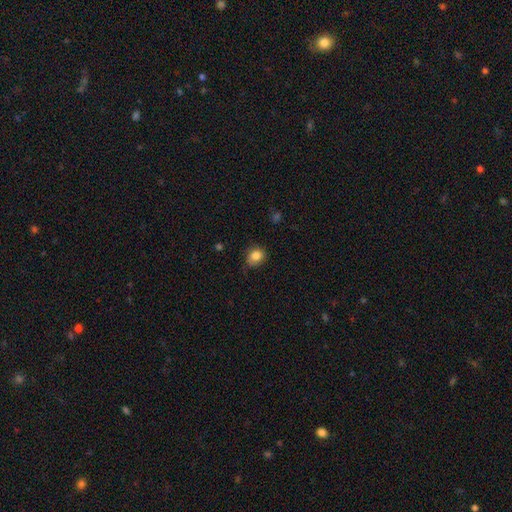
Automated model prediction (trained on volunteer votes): The model was most divided on "how rounded": round: 68%, in between: 31%, cigar-shaped: 1%. More confident: smooth or featured — smooth (84%); merging — none (71%).